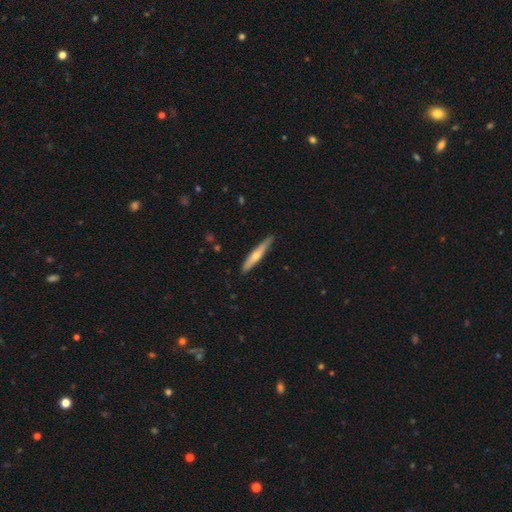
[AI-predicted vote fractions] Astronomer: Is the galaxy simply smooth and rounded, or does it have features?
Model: smooth — 48% (runner-up: featured or disk, 47%).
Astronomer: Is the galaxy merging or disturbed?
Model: none — 87%.